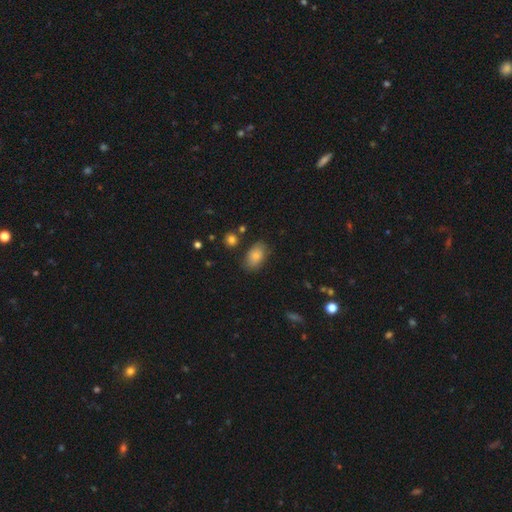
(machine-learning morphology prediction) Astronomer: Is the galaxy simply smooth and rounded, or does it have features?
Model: smooth — 78%.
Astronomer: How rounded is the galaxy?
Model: in between — 88%.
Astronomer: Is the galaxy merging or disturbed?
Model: none — 74%.